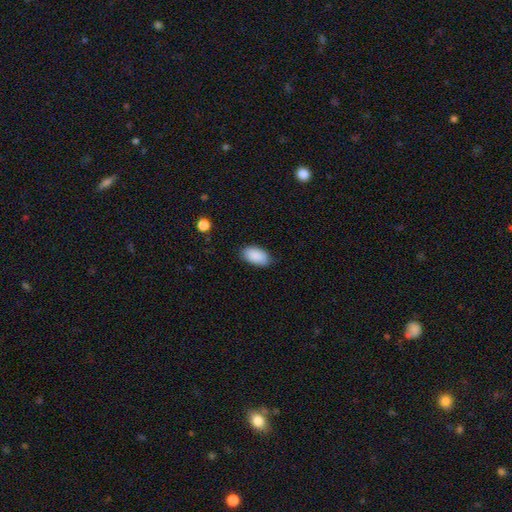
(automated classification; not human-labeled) A smooth galaxy with no disk features (90%) that is in between round and cigar-shaped (95%).

Vote fractions:
- Smooth or featured? smooth: 90% / star or artifact: 7% / featured or disk: 4%
- How rounded? in between: 95% / round: 4% / cigar-shaped: 2%
- Merging? none: 84% / minor disturbance: 13% / major disturbance: 3% / merger: 1%